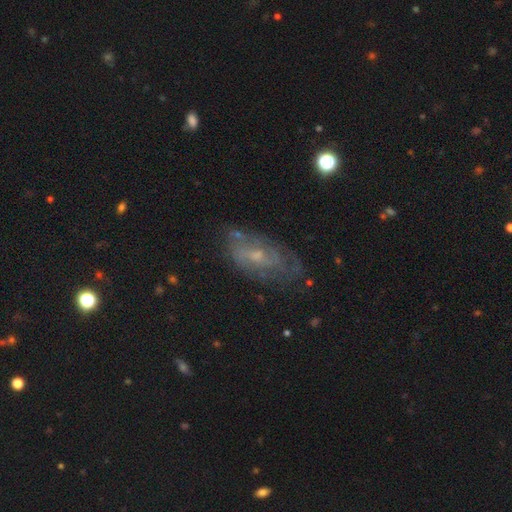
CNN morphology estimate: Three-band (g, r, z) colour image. It shows a featured or disk galaxy (63%) with no bar (58%), spiral arms (63%) and a small central bulge (57%). Merging: none (60%).